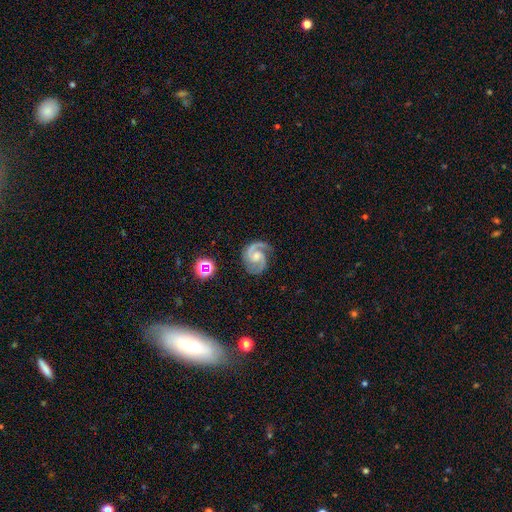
Volunteers were most divided on "bulge size": moderate: 58%, small: 37%, none: 5%, dominant: 0%, large: 0%. More confident: edge-on disk — no (100%); spiral arms — yes (100%); spiral arm count — 2 (100%); smooth or featured — featured or disk (95%); merging — none (82%); spiral winding — medium (68%); bar — no (66%).